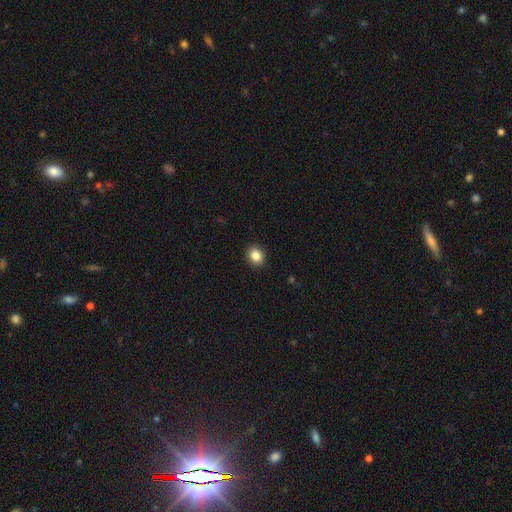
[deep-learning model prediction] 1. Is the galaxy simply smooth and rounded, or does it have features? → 86% smooth, 9% star or artifact, 5% featured or disk.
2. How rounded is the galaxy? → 60% round, 39% in between, 1% cigar-shaped.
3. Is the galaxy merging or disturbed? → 91% none, 6% minor disturbance, 2% major disturbance, 1% merger.